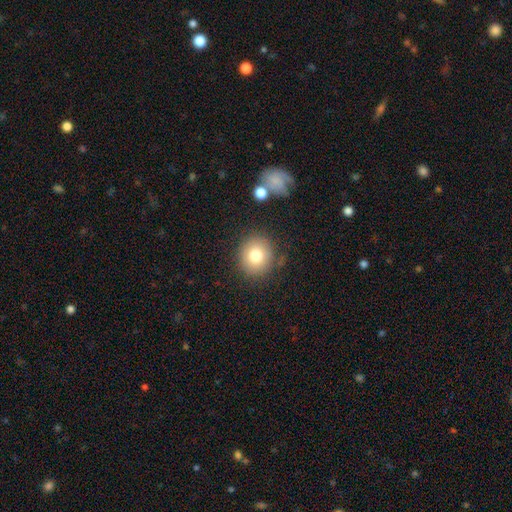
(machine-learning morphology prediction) A smooth galaxy with no disk features (78%) that is round (85%).

Vote fractions:
- Smooth or featured? smooth: 78% / featured or disk: 11% / star or artifact: 11%
- How rounded? round: 85% / in between: 14% / cigar-shaped: 1%
- Merging? none: 82% / minor disturbance: 11% / major disturbance: 4% / merger: 3%